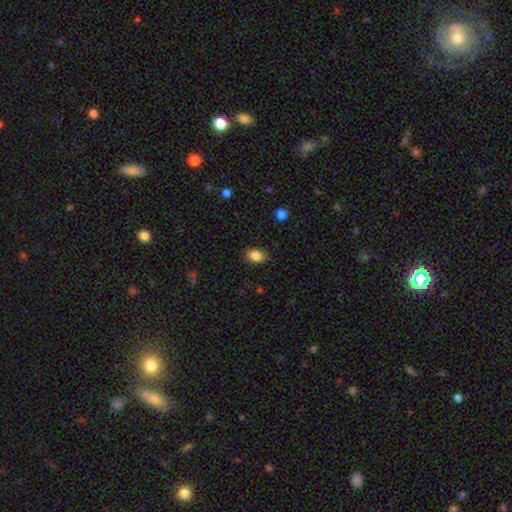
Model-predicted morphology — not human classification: smooth_or_featured: smooth (p=0.85) [alt: star or artifact p=0.09]
how_rounded: in between (p=0.76) [alt: round p=0.23]
merging: none (p=0.85) [alt: minor disturbance p=0.11]